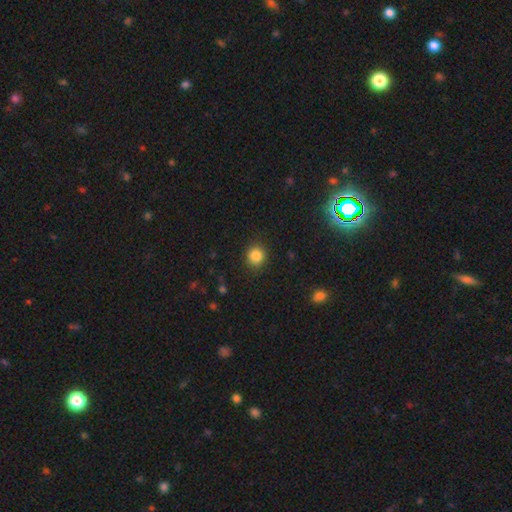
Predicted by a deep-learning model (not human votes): The model was most divided on "smooth or featured": smooth: 85%, star or artifact: 11%, featured or disk: 4%. More confident: merging — none (89%); how rounded — round (88%).